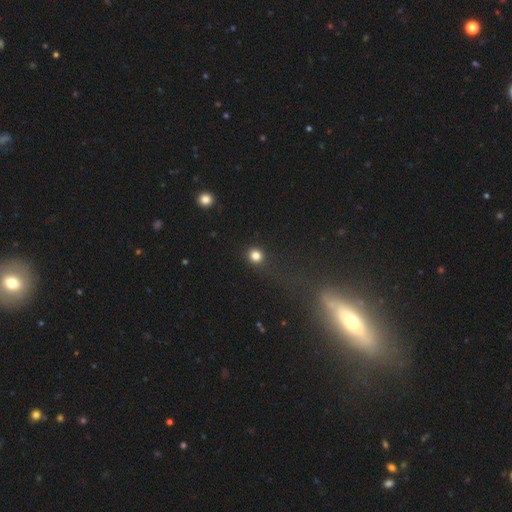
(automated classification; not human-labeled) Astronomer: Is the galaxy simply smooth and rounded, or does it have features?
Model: smooth — 81%.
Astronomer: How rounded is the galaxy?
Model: round — 87%.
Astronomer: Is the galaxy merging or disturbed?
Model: none — 87%.